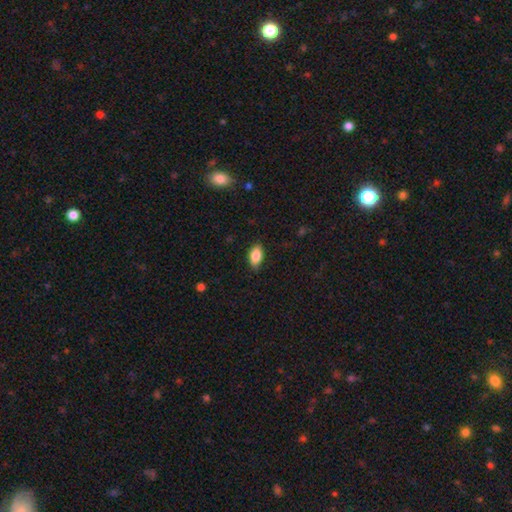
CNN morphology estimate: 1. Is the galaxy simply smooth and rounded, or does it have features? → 84% smooth, 8% featured or disk, 7% star or artifact.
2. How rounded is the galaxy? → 90% in between, 5% round, 5% cigar-shaped.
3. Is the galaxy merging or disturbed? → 82% none, 14% minor disturbance, 2% major disturbance, 1% merger.